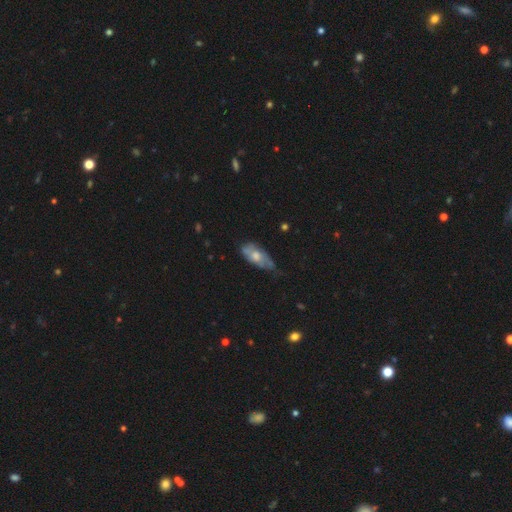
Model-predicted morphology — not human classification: A smooth galaxy with no disk features (54%) that is in between round and cigar-shaped (84%). Merging: minor disturbance (42%).